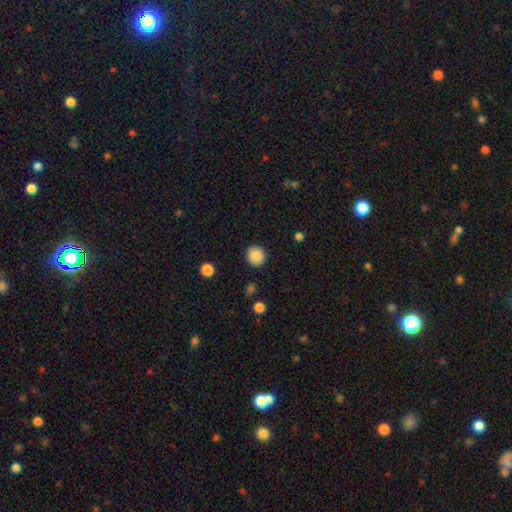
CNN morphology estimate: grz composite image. It shows a smooth galaxy with no disk features (87%) that is round (90%). Merging: none (91%).